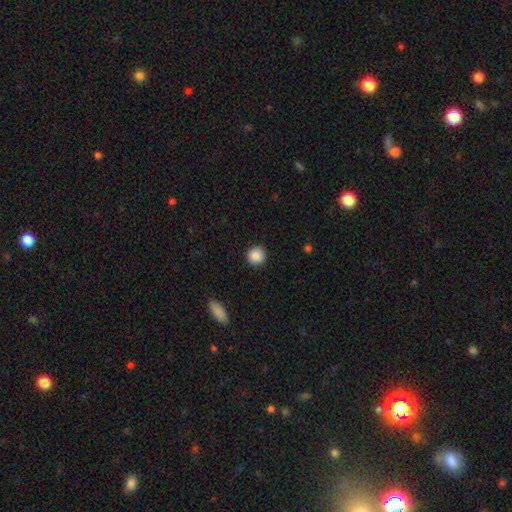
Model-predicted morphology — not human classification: Overall: smooth (88%). How rounded: round (93%). Merging: none (92%).